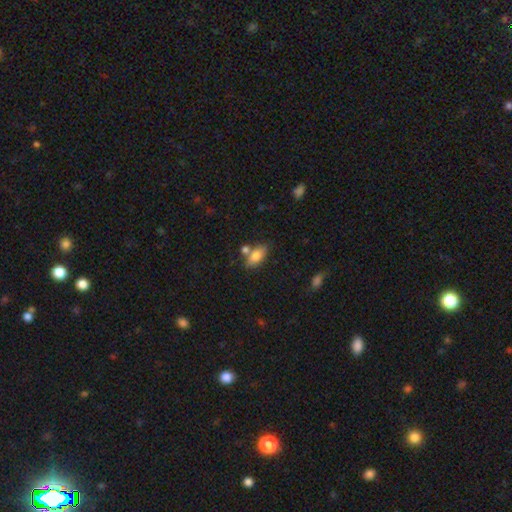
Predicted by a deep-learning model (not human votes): Smooth or featured? Predicted: smooth (p=0.79). How rounded? Predicted: in between (p=0.86). Merging? Predicted: none (p=0.64).